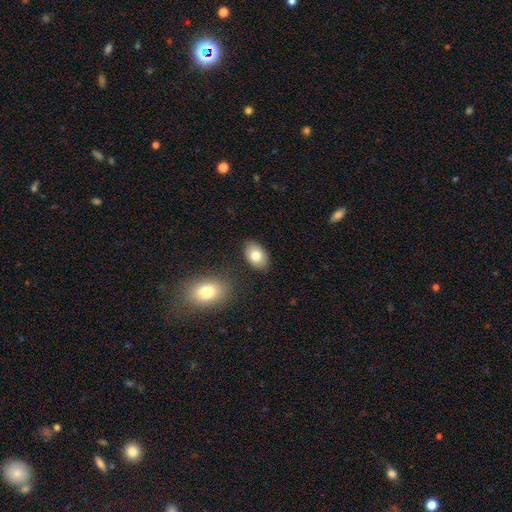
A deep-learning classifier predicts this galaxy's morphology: A smooth galaxy with no disk features (80%) that is in between round and cigar-shaped (89%). Merging: none (84%).